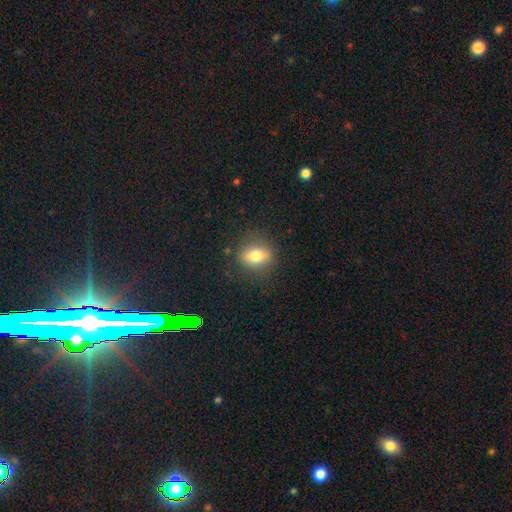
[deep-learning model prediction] smooth-or-featured: smooth: 70% | featured or disk: 20% | star or artifact: 9%
  how-rounded: in between: 62% | round: 33% | cigar-shaped: 5%
  merging: none: 83% | minor disturbance: 12% | major disturbance: 4% | merger: 1%